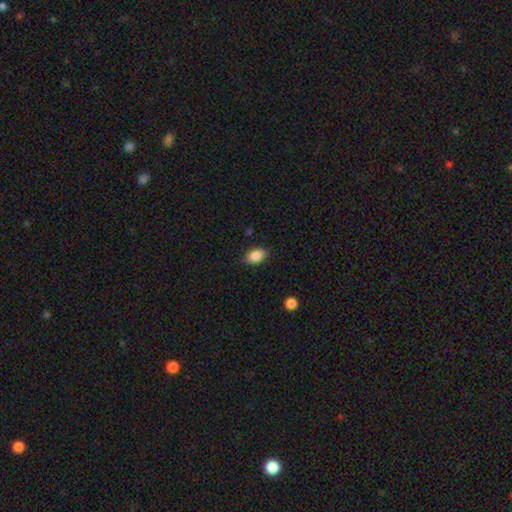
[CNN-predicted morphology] type=smooth (88%); roundness=in between (87%); merging=none (85%).